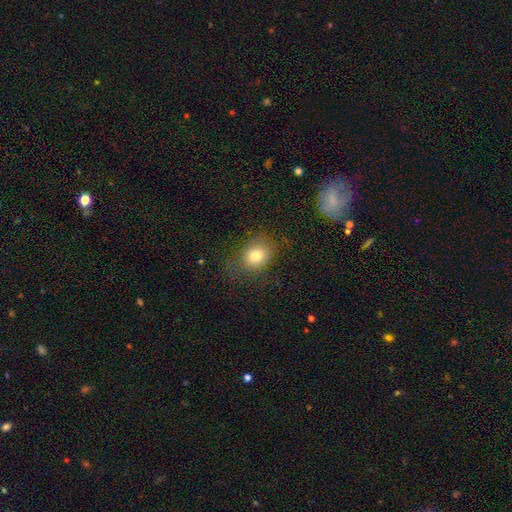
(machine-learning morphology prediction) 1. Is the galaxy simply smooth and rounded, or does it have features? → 80% smooth, 11% star or artifact, 9% featured or disk.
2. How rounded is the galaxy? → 51% in between, 48% round, 1% cigar-shaped.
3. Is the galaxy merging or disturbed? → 74% none, 17% minor disturbance, 8% major disturbance, 1% merger.